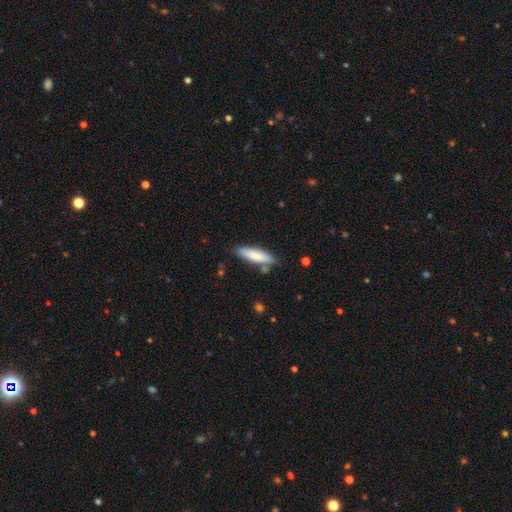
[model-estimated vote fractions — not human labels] smooth_or_featured: smooth (p=0.79) [alt: featured or disk p=0.15]
how_rounded: cigar-shaped (p=0.67) [alt: in between p=0.32]
merging: none (p=0.79) [alt: minor disturbance p=0.14]